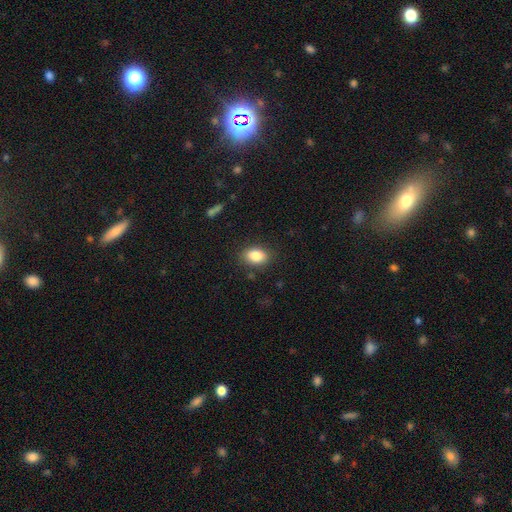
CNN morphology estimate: Smooth or featured: smooth — 84% (star or artifact — 8%)
How rounded: in between — 77% (round — 22%)
Merging: none — 84% (minor disturbance — 11%)